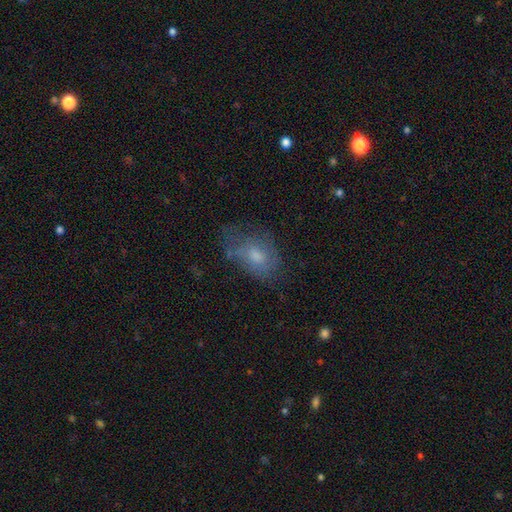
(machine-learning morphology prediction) A smooth galaxy with no disk features (53%) that is in between round and cigar-shaped (77%). Merging: none (53%).